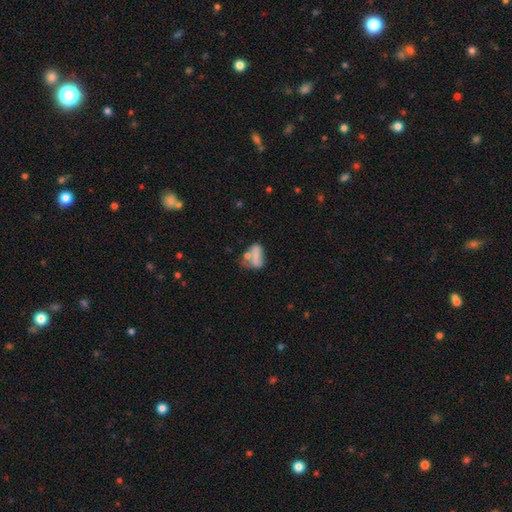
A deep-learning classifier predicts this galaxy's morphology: type=smooth (61%); roundness=in between (81%); merging=merger (33%).